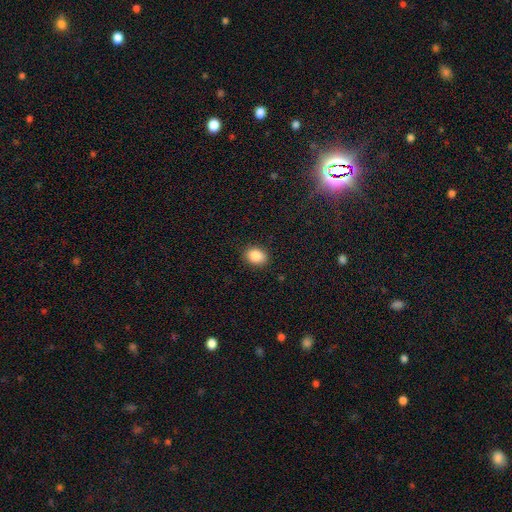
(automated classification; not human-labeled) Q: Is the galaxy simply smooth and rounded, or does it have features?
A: smooth — 88%.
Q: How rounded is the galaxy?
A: in between — 58%.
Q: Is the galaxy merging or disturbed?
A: none — 89%.